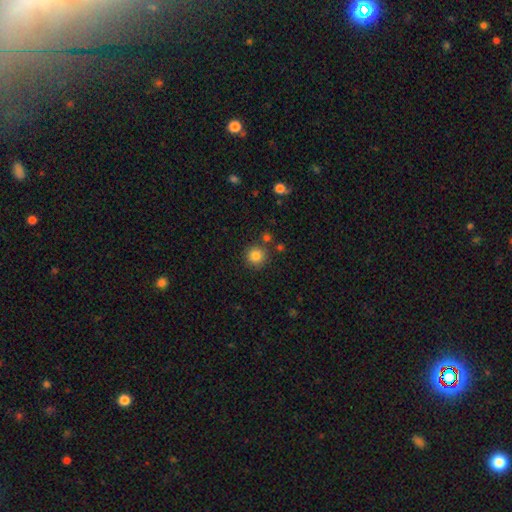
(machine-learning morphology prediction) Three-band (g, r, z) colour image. It shows a smooth galaxy with no disk features (83%) that is round (94%). Merging: none (84%).